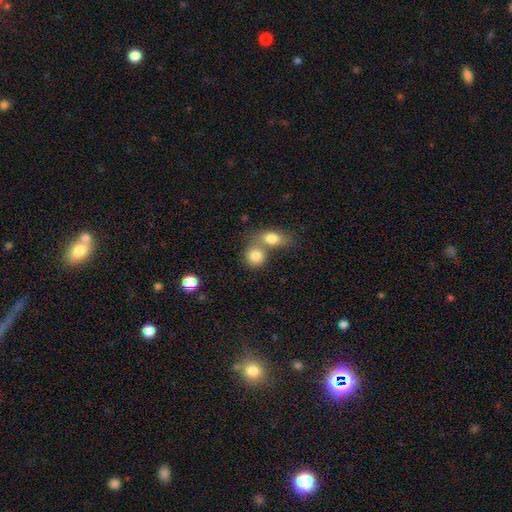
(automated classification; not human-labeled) Q: Smooth or featured?
A: smooth (83%); runner-up: featured or disk (9%)
Q: How rounded?
A: round (68%); runner-up: in between (31%)
Q: Merging?
A: merger (56%); runner-up: none (34%)